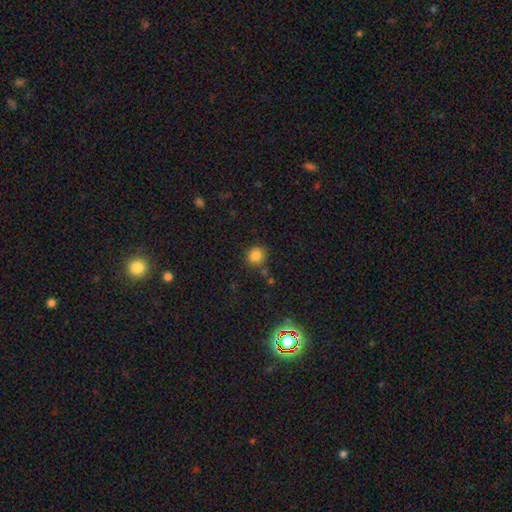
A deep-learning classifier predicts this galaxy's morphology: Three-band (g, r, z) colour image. It shows a smooth galaxy with no disk features (84%) that is round (87%). Merging: none (80%).